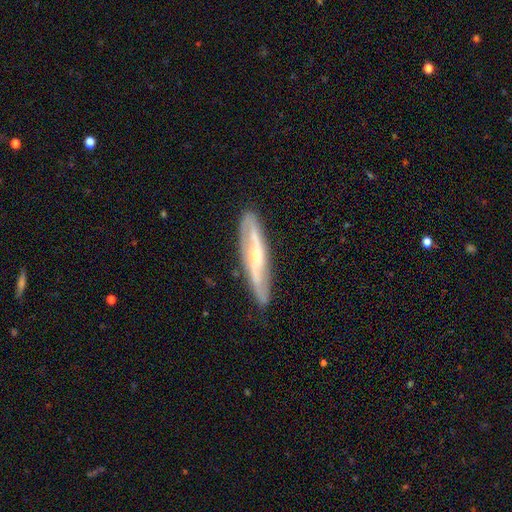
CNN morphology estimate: Smooth or featured? featured or disk (73%)
Edge-on disk? no (54%)
Merging? none (82%)